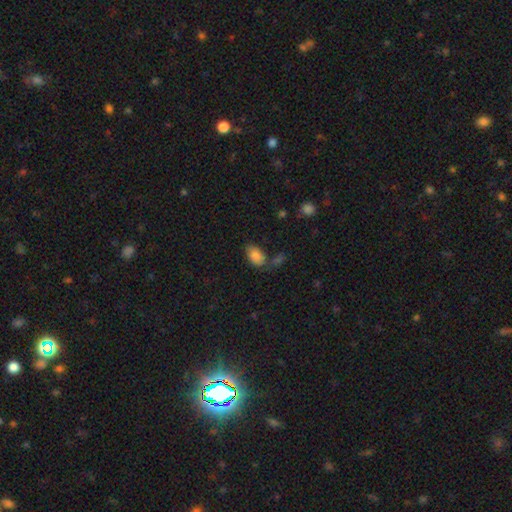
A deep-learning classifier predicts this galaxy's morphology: Smooth or featured? Predicted: smooth (p=0.84). How rounded? Predicted: in between (p=0.90). Merging? Predicted: none (p=0.57).